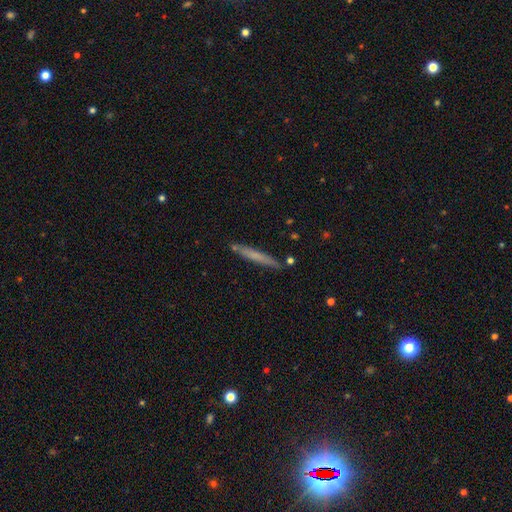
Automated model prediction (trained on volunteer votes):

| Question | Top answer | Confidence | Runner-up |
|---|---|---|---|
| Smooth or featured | smooth | 61% | featured or disk (33%) |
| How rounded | cigar-shaped | 96% | in between (3%) |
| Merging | none | 85% | minor disturbance (10%) |